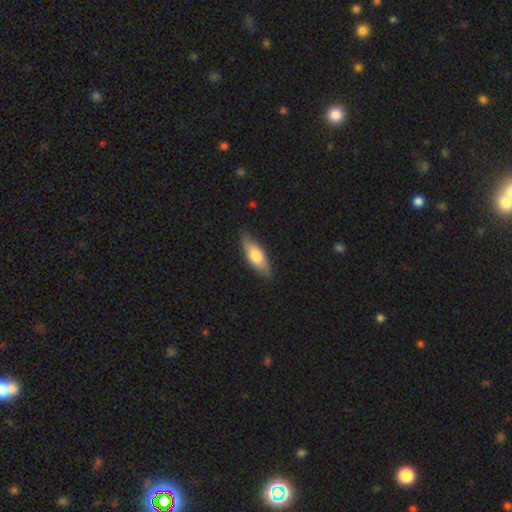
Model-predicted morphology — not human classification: type=smooth (66%); roundness=in between (64%); merging=none (84%).